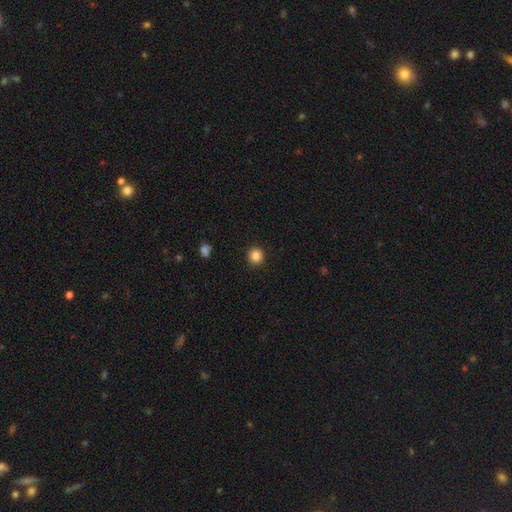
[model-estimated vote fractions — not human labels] This appears to be a smooth galaxy with no disk features (86%) that is round (92%). Merging: none (92%).